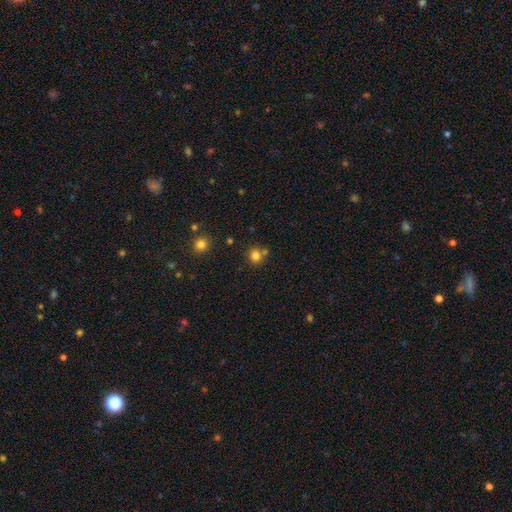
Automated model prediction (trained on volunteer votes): Smooth or featured: smooth — 80% (star or artifact — 14%)
How rounded: round — 88% (in between — 11%)
Merging: none — 70% (merger — 19%)